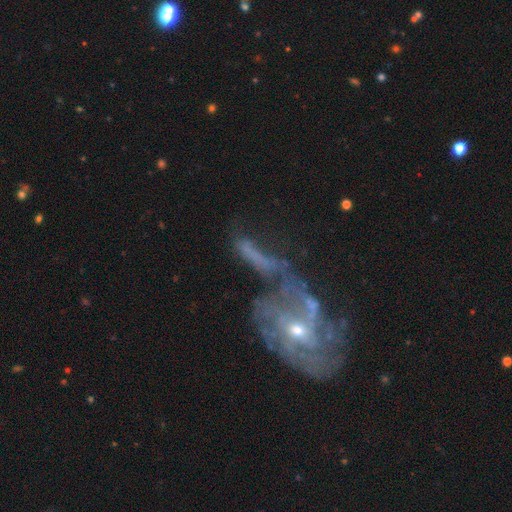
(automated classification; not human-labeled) smooth-or-featured: featured or disk: 70% | smooth: 17% | star or artifact: 13%
  disk-edge-on: no: 92% | yes: 8%
    bar: no: 60% | weak: 27% | strong: 13%
    has-spiral-arms: yes: 68% | no: 32%
    bulge-size: small: 55% | moderate: 33% | none: 7% | large: 3% | dominant: 2%
  merging: merger: 35% | major disturbance: 29% | none: 22% | minor disturbance: 14%